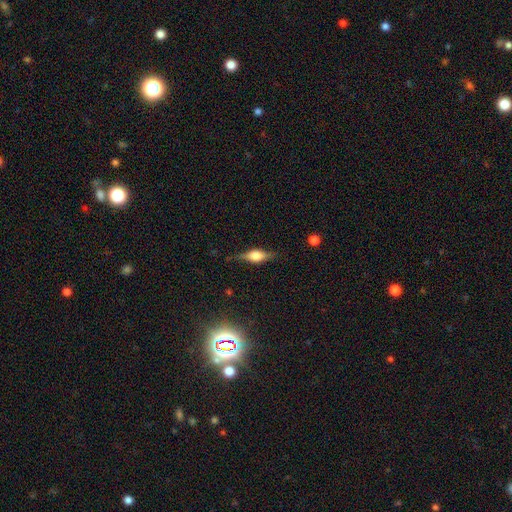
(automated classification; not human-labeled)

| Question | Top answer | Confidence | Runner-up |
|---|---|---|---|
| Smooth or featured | featured or disk | 58% | smooth (34%) |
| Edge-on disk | yes | 94% | no (6%) |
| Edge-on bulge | rounded | 84% | boxy (14%) |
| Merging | none | 77% | minor disturbance (17%) |